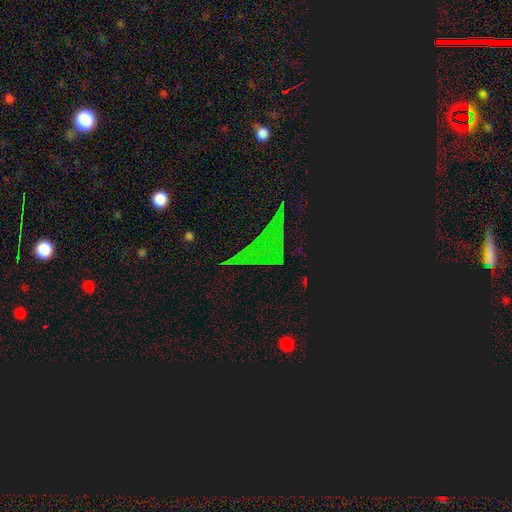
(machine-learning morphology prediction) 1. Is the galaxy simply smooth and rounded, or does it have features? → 69% star or artifact, 18% smooth, 13% featured or disk.